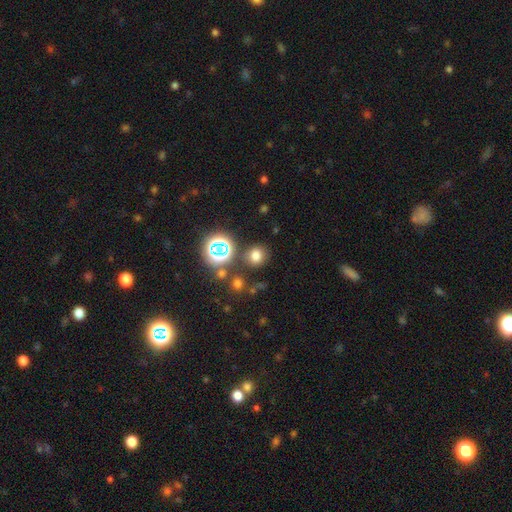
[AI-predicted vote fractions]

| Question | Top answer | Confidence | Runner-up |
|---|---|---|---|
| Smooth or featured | smooth | 71% | star or artifact (22%) |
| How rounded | round | 82% | in between (17%) |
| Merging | none | 82% | minor disturbance (9%) |